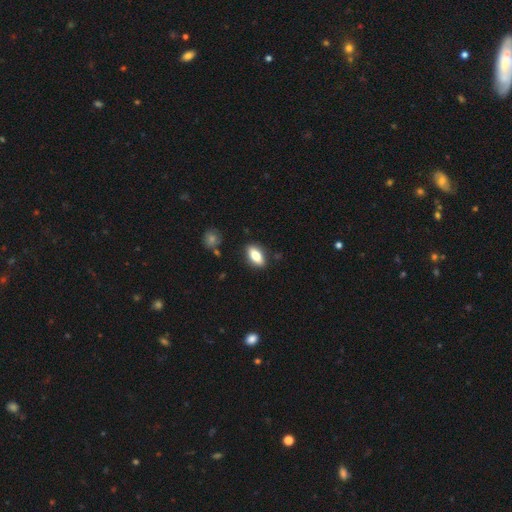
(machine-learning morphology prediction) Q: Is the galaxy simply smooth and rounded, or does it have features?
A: smooth — 76%.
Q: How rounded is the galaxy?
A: in between — 85%.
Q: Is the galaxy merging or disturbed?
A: none — 86%.